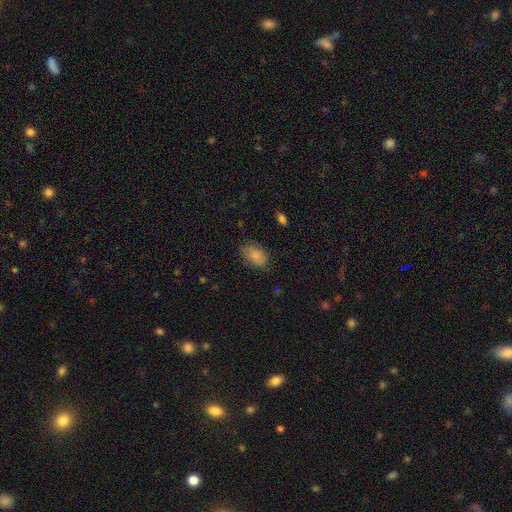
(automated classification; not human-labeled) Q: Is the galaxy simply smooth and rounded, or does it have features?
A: smooth — 86%.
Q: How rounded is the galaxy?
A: in between — 88%.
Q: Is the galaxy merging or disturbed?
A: none — 80%.